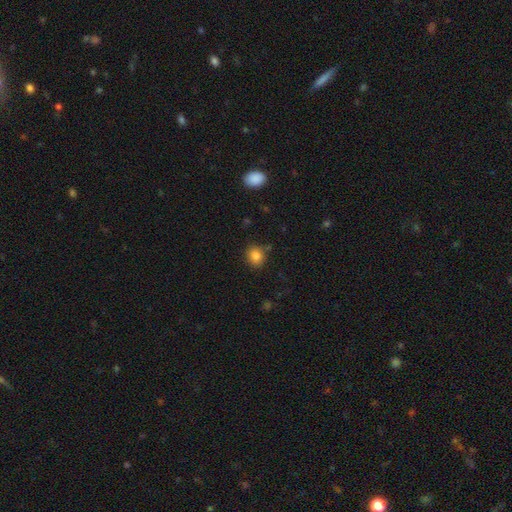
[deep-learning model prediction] A smooth galaxy with no disk features (84%) that is round (79%).

Vote fractions:
- Smooth or featured? smooth: 84% / star or artifact: 11% / featured or disk: 5%
- How rounded? round: 79% / in between: 20% / cigar-shaped: 1%
- Merging? none: 82% / minor disturbance: 11% / merger: 3% / major disturbance: 3%